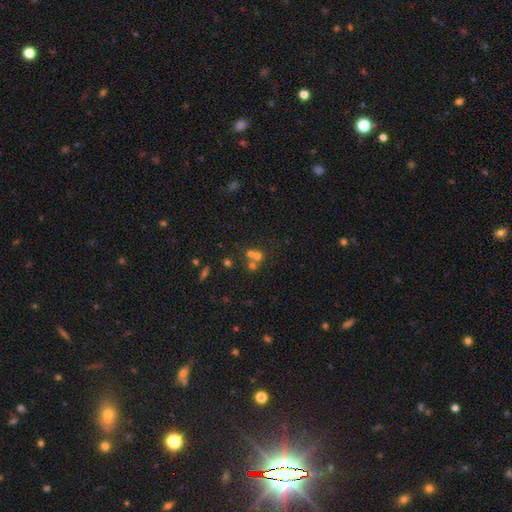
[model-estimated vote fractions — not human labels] This is possibly a smooth galaxy (54%). How rounded: clearly round (82%). Merging: possibly merger (53%).